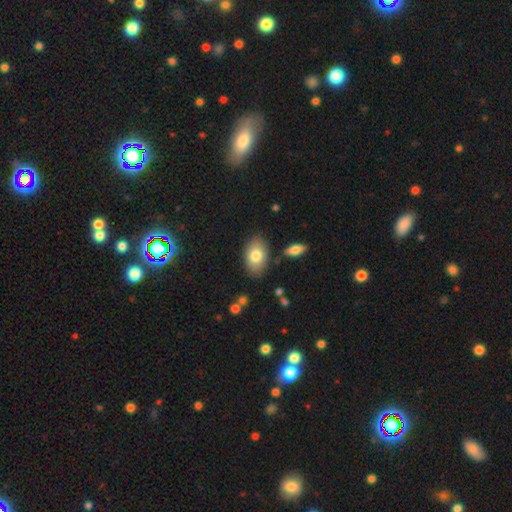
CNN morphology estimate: A smooth galaxy with no disk features (78%) that is in between round and cigar-shaped (91%).

Vote fractions:
- Smooth or featured? smooth: 78% / featured or disk: 15% / star or artifact: 7%
- How rounded? in between: 91% / round: 8% / cigar-shaped: 1%
- Merging? none: 82% / minor disturbance: 12% / merger: 4% / major disturbance: 3%